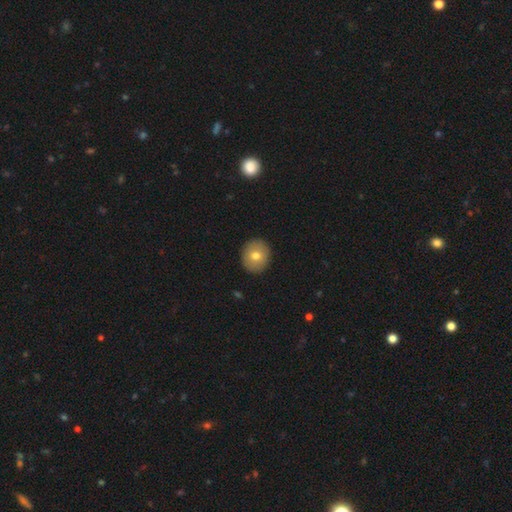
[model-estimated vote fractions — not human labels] smooth-or-featured: smooth: 73% | featured or disk: 19% | star or artifact: 8%
  how-rounded: round: 81% | in between: 18% | cigar-shaped: 1%
  merging: none: 91% | minor disturbance: 6% | major disturbance: 2% | merger: 1%